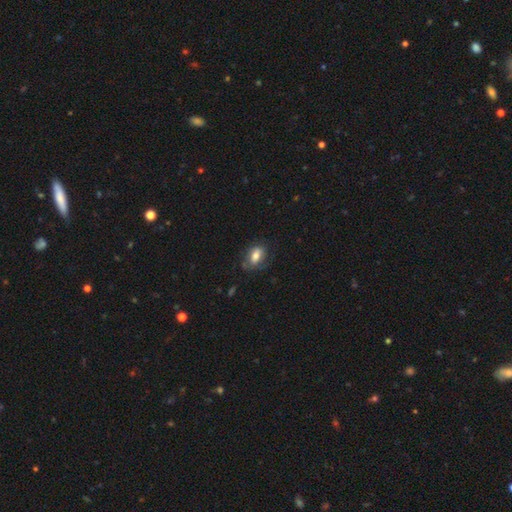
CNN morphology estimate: A smooth galaxy with no disk features (68%) that is in between round and cigar-shaped (85%).

Vote fractions:
- Smooth or featured? smooth: 68% / featured or disk: 24% / star or artifact: 8%
- How rounded? in between: 85% / round: 11% / cigar-shaped: 4%
- Merging? none: 64% / minor disturbance: 24% / major disturbance: 10% / merger: 2%